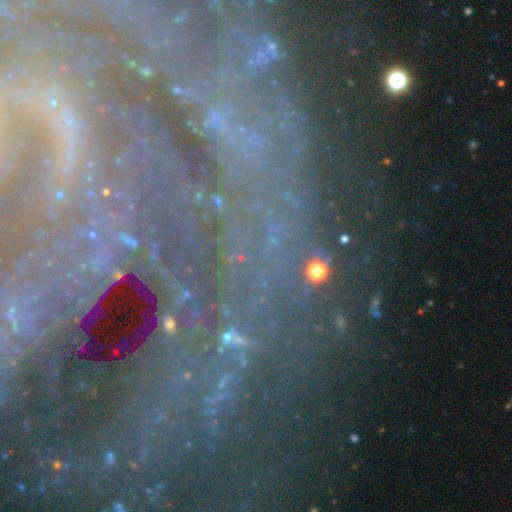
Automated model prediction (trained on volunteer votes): A featured or disk galaxy (45%).

Vote fractions:
- Smooth or featured? featured or disk: 45% / star or artifact: 42% / smooth: 14%
- Merging? none: 70% / minor disturbance: 14% / major disturbance: 11% / merger: 5%